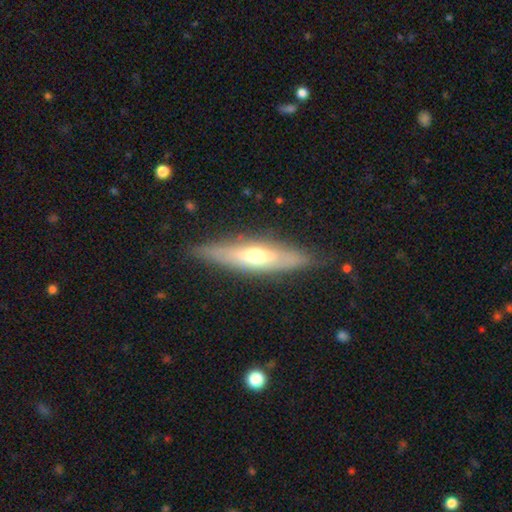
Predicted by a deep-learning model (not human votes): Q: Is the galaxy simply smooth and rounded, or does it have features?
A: featured or disk — 54%.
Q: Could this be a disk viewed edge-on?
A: yes — 76%.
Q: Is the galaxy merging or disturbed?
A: none — 82%.